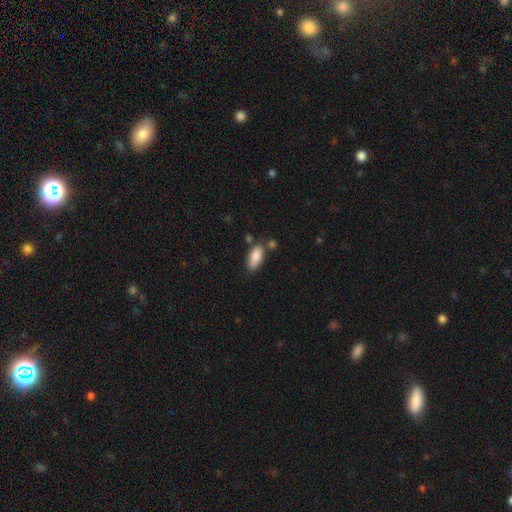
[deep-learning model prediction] Q: Smooth or featured?
A: smooth (86%); runner-up: featured or disk (8%)
Q: How rounded?
A: in between (84%); runner-up: cigar-shaped (14%)
Q: Merging?
A: none (67%); runner-up: minor disturbance (18%)